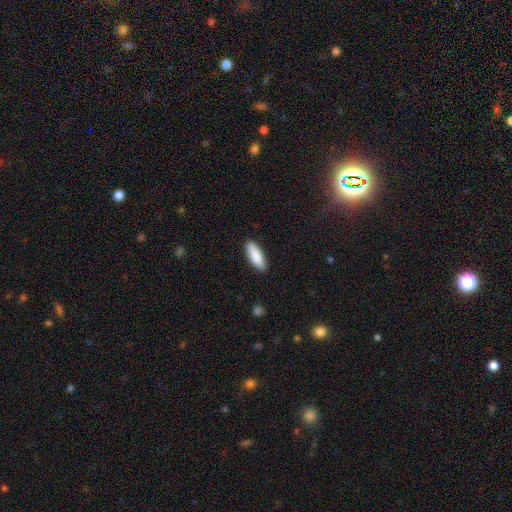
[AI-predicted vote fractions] Morphology: type=smooth (88%); roundness=in between (63%); merging=none (89%).